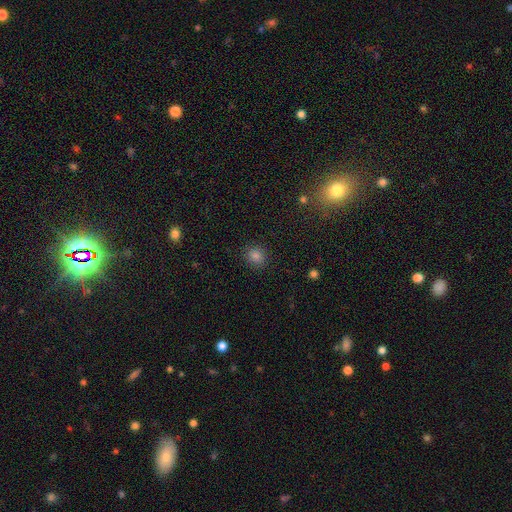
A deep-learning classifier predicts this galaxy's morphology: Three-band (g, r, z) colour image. It shows a smooth galaxy with no disk features (80%) that is round (76%). Merging: none (89%).